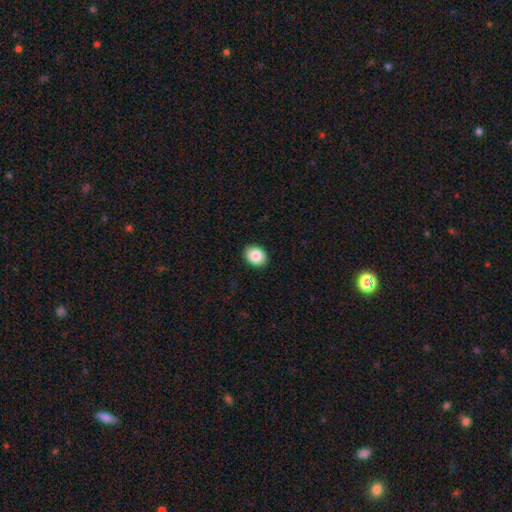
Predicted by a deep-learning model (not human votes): Morphology: type=smooth (86%); roundness=in between (59%); merging=none (91%).